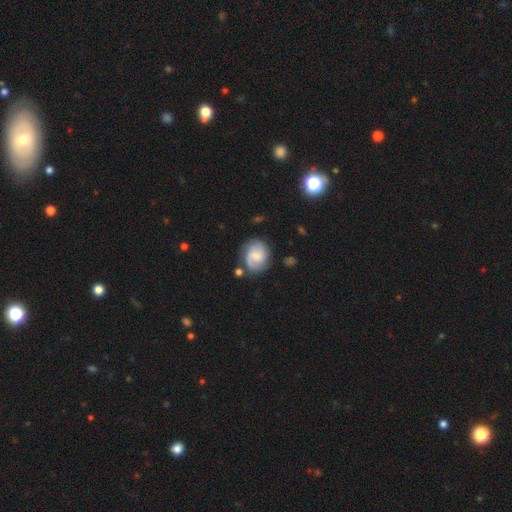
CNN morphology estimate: Smooth or featured? Predicted: featured or disk (p=0.66). Edge-on disk? Predicted: no (p=0.98). Bar? Predicted: weak (p=0.47). Spiral arms? Predicted: yes (p=0.93). Spiral winding? Predicted: medium (p=0.45). Spiral arm count? Predicted: 2 (p=0.77). Bulge size? Predicted: small (p=0.41). Merging? Predicted: none (p=0.72).